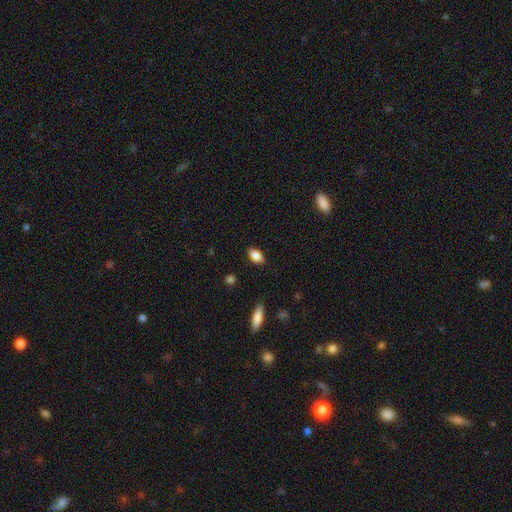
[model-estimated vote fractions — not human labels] Morphology: type=smooth (86%); roundness=in between (90%); merging=none (87%).